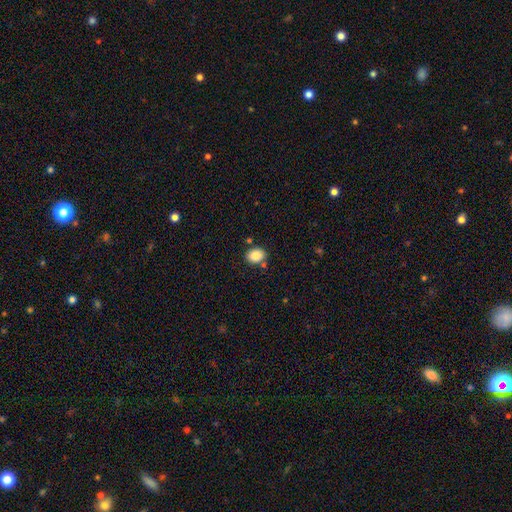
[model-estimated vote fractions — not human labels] A smooth galaxy with no disk features (85%) that is round (50%). Merging: none (80%).